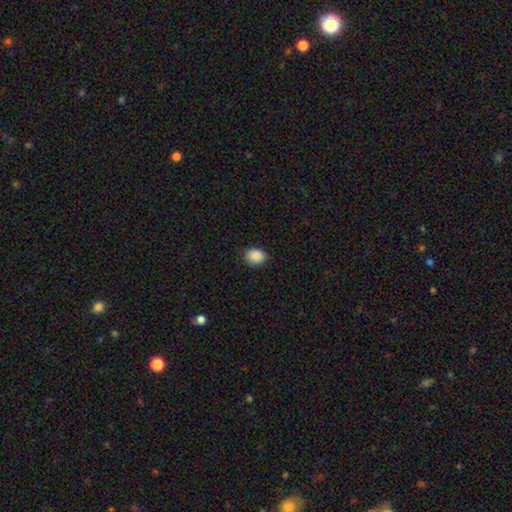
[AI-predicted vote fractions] Smooth or featured: smooth — 89% (star or artifact — 8%)
How rounded: in between — 57% (round — 42%)
Merging: none — 86% (minor disturbance — 11%)